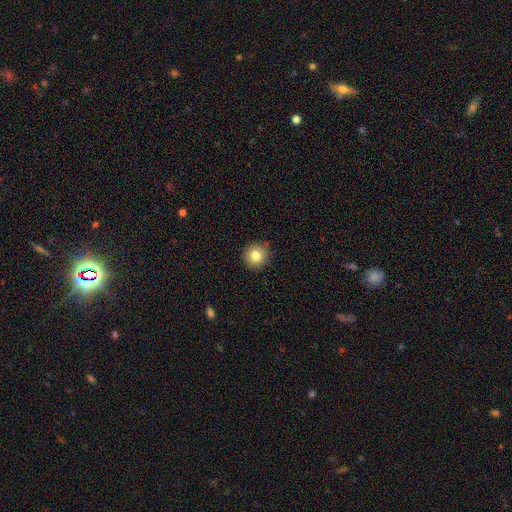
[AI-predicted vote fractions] Morphology: type=smooth (81%); roundness=round (93%); merging=none (90%).